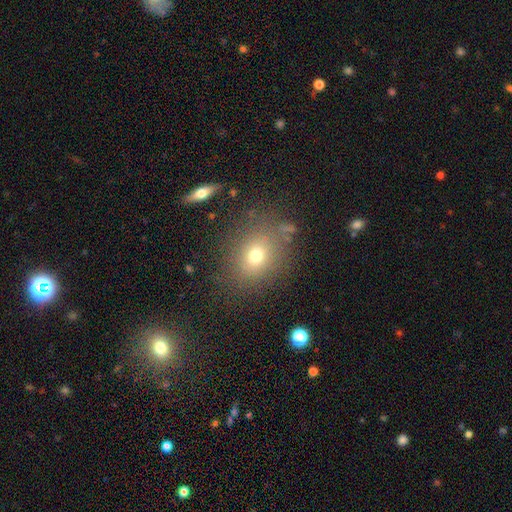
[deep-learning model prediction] Morphology: type=smooth (70%); roundness=round (58%); merging=none (79%).